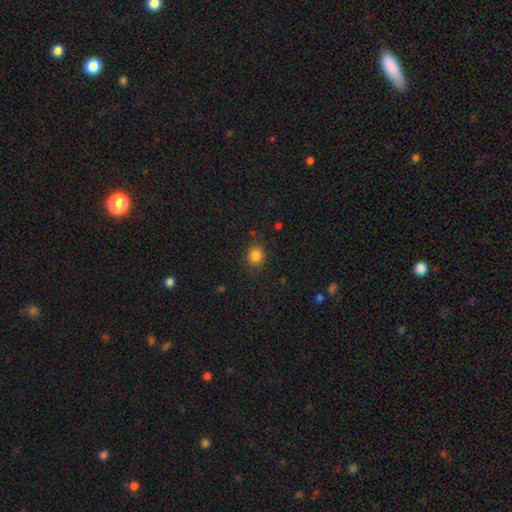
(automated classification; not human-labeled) smooth_or_featured: smooth (p=0.83) [alt: star or artifact p=0.12]
how_rounded: round (p=0.79) [alt: in between p=0.20]
merging: none (p=0.85) [alt: minor disturbance p=0.10]